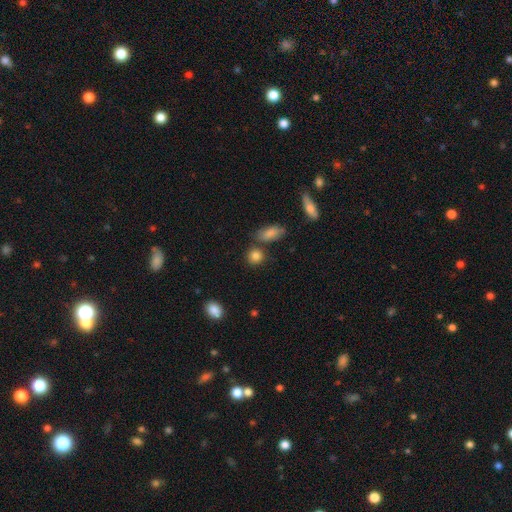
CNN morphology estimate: smooth-or-featured: smooth: 84% | star or artifact: 10% | featured or disk: 6%
  how-rounded: round: 79% | in between: 19% | cigar-shaped: 2%
  merging: none: 71% | merger: 14% | minor disturbance: 12% | major disturbance: 4%